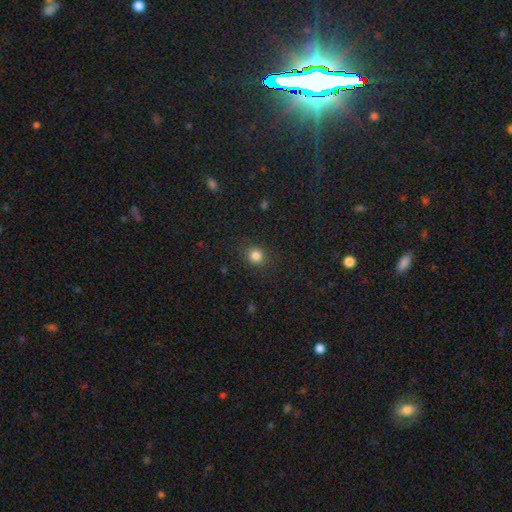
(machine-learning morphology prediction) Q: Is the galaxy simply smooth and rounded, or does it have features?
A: smooth — 83%.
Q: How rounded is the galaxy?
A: round — 85%.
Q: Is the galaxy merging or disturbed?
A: none — 88%.